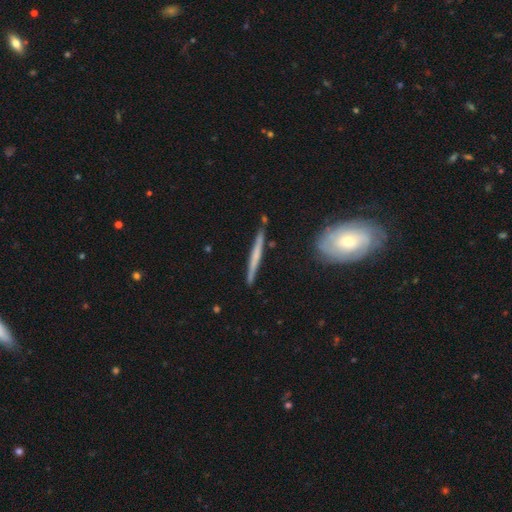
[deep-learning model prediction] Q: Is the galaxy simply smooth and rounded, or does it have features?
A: featured or disk — 57%.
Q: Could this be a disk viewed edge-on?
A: yes — 97%.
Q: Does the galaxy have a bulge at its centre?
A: none — 66%.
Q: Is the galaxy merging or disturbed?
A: none — 88%.